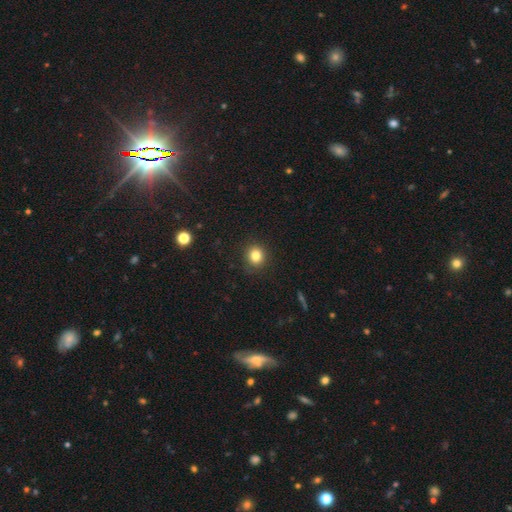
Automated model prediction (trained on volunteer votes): This is clearly a smooth galaxy (82%). How rounded: clearly round (83%). Merging: clearly none (89%).